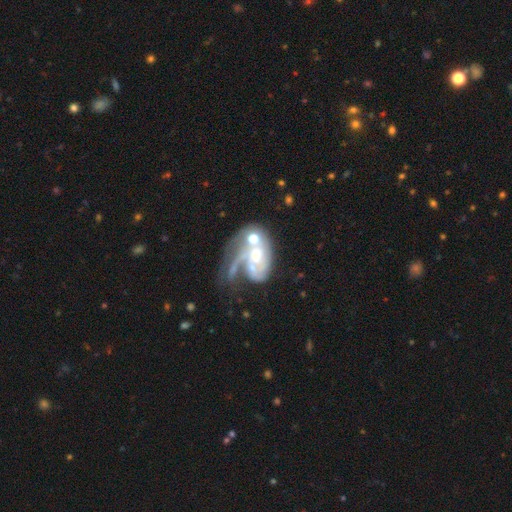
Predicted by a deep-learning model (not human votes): Smooth or featured? Predicted: featured or disk (p=0.71). Edge-on disk? Predicted: no (p=0.97). Bar? Predicted: no (p=0.70). Spiral arms? Predicted: yes (p=0.68). Bulge size? Predicted: moderate (p=0.45). Merging? Predicted: major disturbance (p=0.36).